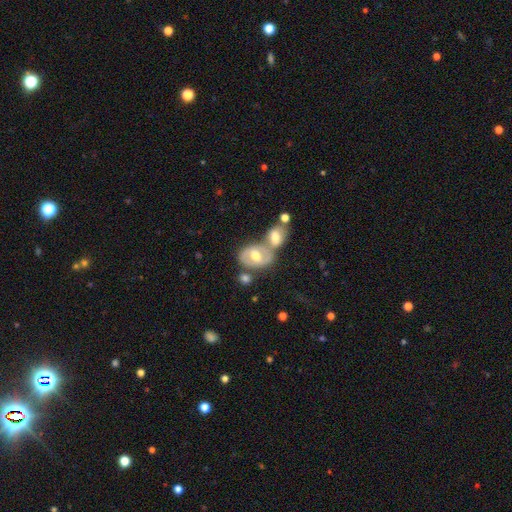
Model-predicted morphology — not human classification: featured or disk 57%, smooth 37%, star or artifact 7%. Down the decision tree: edge-on disk — no (95%); bar — no (44%); spiral arms — yes (52%); bulge size — moderate (76%); merging — merger (45%).